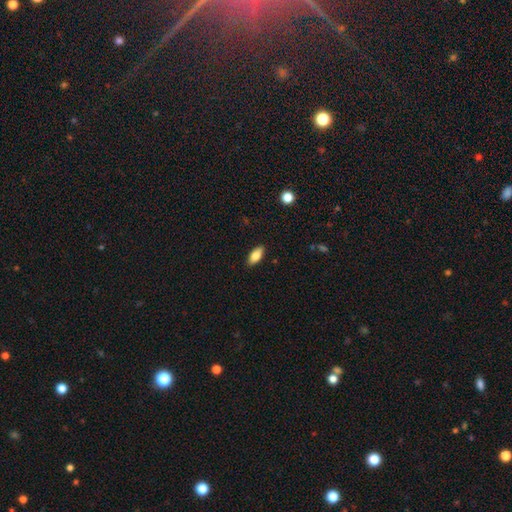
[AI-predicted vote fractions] smooth 80%, featured or disk 13%, star or artifact 7%. Down the decision tree: how rounded — in between (86%); merging — none (88%).